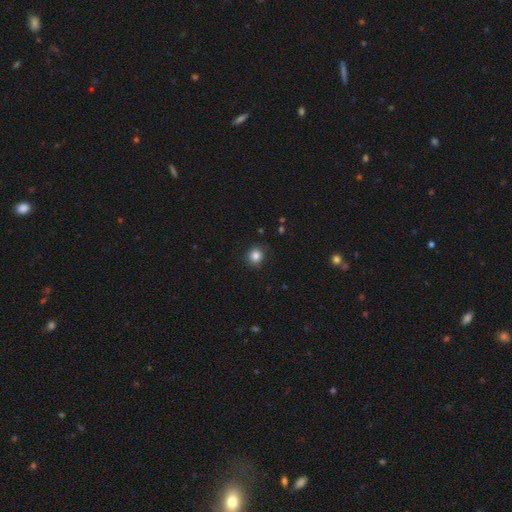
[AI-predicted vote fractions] This appears to be a smooth galaxy with no disk features (84%) that is round (84%). Merging: none (87%).